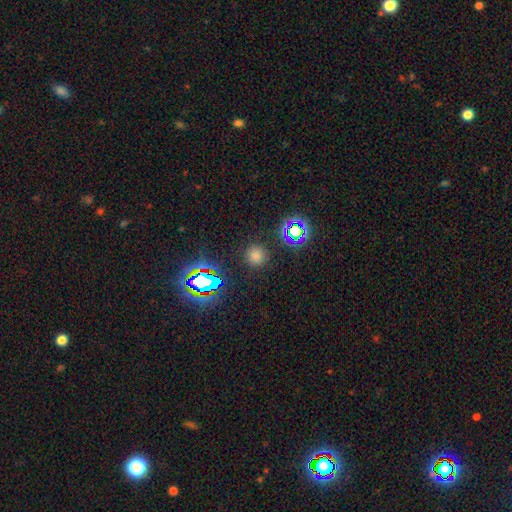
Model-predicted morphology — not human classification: Smooth or featured? smooth (66%)
How rounded? round (94%)
Merging? none (88%)